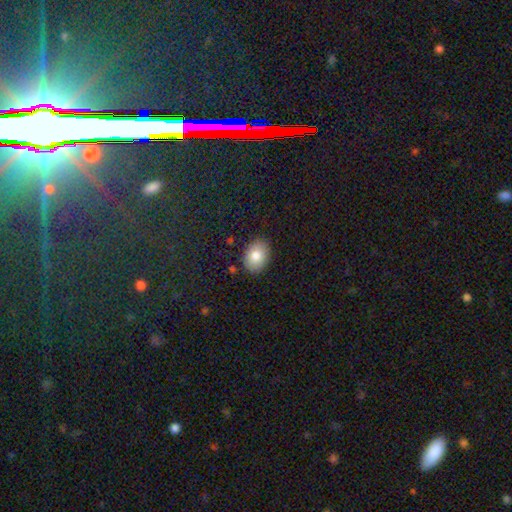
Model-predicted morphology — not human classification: The model was most divided on "how rounded": in between: 76%, round: 23%, cigar-shaped: 1%. More confident: merging — none (86%); smooth or featured — smooth (81%).